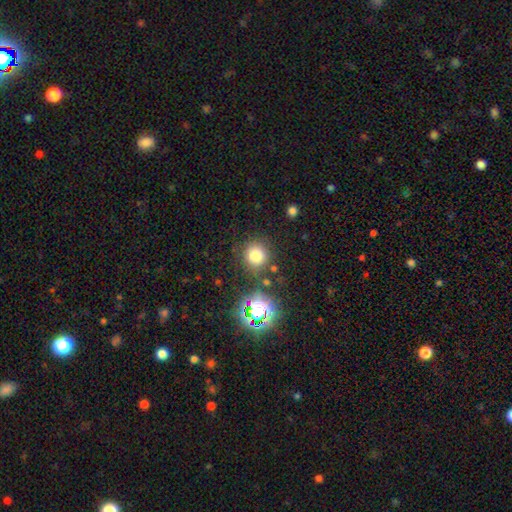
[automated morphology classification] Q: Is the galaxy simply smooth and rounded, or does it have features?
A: smooth — 75%.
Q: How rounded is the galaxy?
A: round — 91%.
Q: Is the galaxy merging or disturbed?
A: none — 80%.